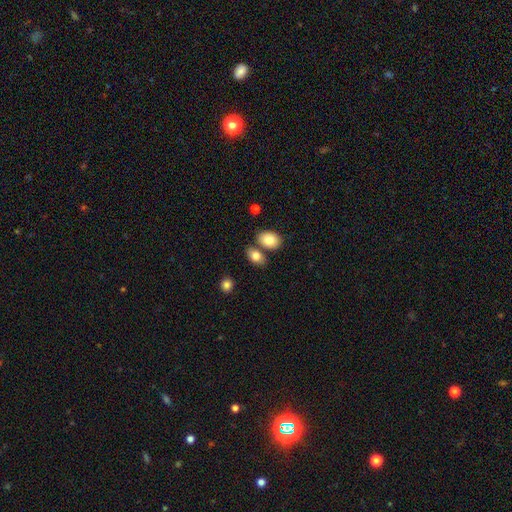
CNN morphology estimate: Q: Smooth or featured?
A: smooth (81%); runner-up: featured or disk (11%)
Q: How rounded?
A: in between (87%); runner-up: round (11%)
Q: Merging?
A: none (64%); runner-up: merger (23%)